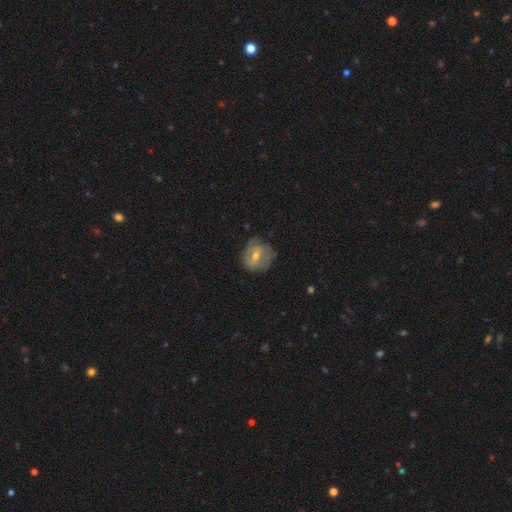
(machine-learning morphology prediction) This appears to be a featured or disk galaxy (49%). Merging: none (67%).